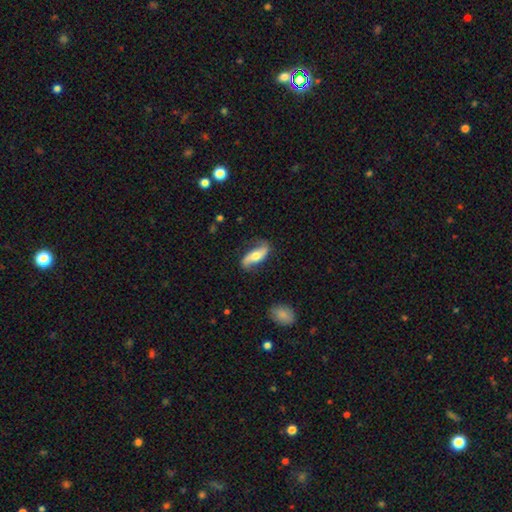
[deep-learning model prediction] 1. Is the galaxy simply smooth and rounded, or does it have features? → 63% featured or disk, 31% smooth, 6% star or artifact.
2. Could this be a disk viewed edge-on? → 80% no, 20% yes.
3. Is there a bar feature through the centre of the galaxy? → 54% no, 24% weak, 22% strong.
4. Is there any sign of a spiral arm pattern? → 86% yes, 14% no.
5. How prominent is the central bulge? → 67% moderate, 19% small, 11% large, 2% none, 2% dominant.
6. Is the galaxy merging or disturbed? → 76% none, 17% minor disturbance, 5% major disturbance, 2% merger.